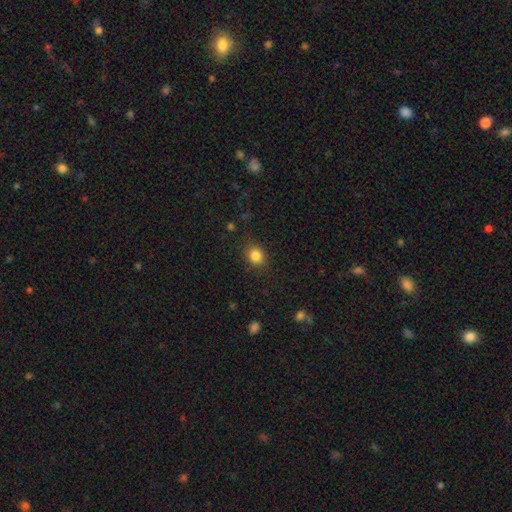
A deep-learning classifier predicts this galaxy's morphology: type=smooth (84%); roundness=round (69%); merging=none (86%).